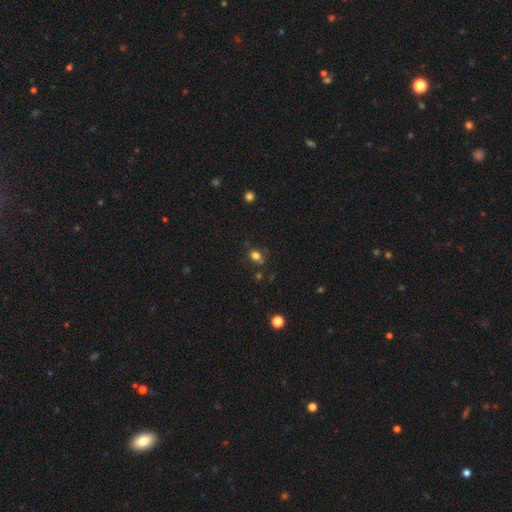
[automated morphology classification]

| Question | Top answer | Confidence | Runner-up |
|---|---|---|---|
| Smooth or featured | smooth | 74% | star or artifact (18%) |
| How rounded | round | 68% | in between (31%) |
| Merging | none | 63% | merger (16%) |